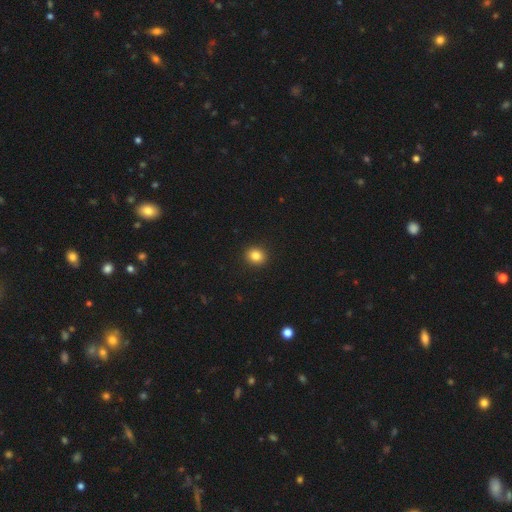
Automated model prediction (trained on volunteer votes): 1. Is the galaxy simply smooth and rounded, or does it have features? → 84% smooth, 11% star or artifact, 5% featured or disk.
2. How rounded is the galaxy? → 80% round, 19% in between, 1% cigar-shaped.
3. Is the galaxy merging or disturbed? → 93% none, 5% minor disturbance, 2% major disturbance, 1% merger.